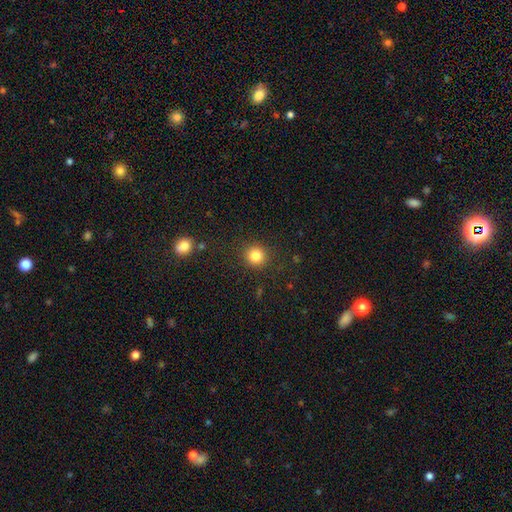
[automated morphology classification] Smooth or featured?
  - smooth: 84% *
  - star or artifact: 11%
  - featured or disk: 5%
How rounded?
  - round: 92% *
  - in between: 7%
  - cigar-shaped: 1%
Merging?
  - none: 88% *
  - minor disturbance: 7%
  - major disturbance: 3%
  - merger: 2%